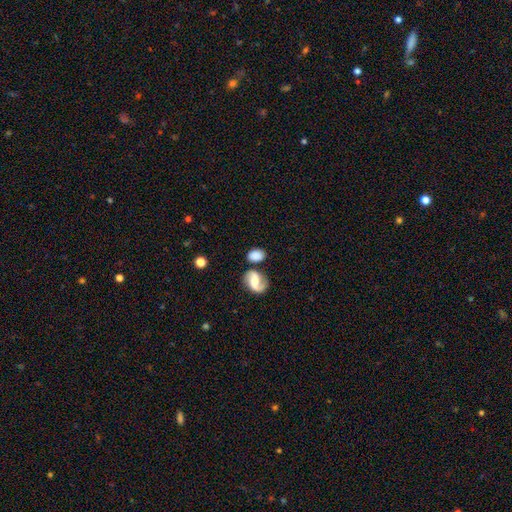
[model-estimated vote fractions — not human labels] A smooth galaxy with no disk features (65%) that is in between round and cigar-shaped (72%). Merging: none (56%).